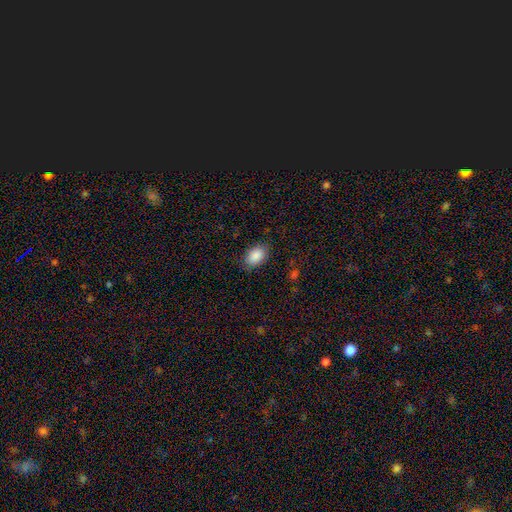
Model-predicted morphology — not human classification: smooth_or_featured: smooth (p=0.89) [alt: star or artifact p=0.07]
how_rounded: in between (p=0.90) [alt: round p=0.09]
merging: none (p=0.83) [alt: minor disturbance p=0.13]